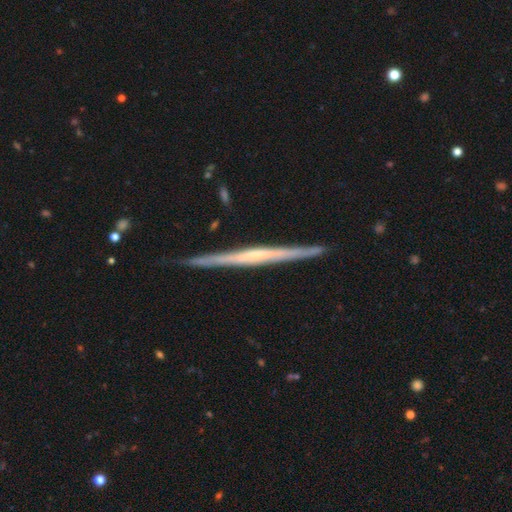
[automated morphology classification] smooth_or_featured: featured or disk (p=0.75) [alt: smooth p=0.20]
disk_edge_on: yes (p=0.98) [alt: no p=0.02]
edge_on_bulge: none (p=0.66) [alt: rounded p=0.23]
merging: none (p=0.88) [alt: minor disturbance p=0.09]